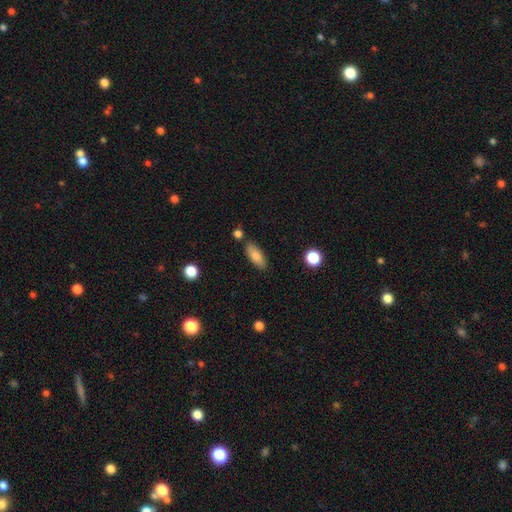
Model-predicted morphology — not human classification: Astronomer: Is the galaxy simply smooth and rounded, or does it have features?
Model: smooth — 80%.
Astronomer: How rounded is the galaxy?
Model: in between — 80%.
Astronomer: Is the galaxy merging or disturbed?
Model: none — 81%.